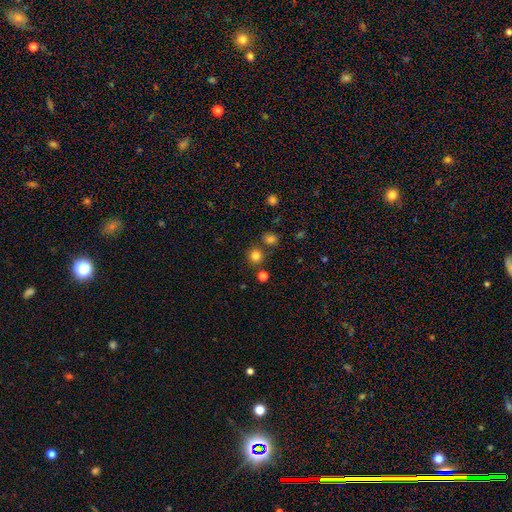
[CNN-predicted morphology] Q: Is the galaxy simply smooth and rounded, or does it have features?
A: smooth — 79%.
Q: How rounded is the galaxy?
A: round — 90%.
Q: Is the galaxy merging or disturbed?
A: none — 79%.